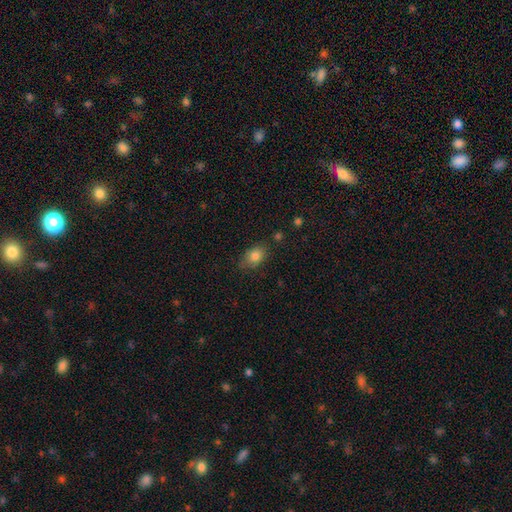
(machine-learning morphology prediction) Smooth or featured? Predicted: smooth (p=0.83). How rounded? Predicted: in between (p=0.74). Merging? Predicted: none (p=0.74).